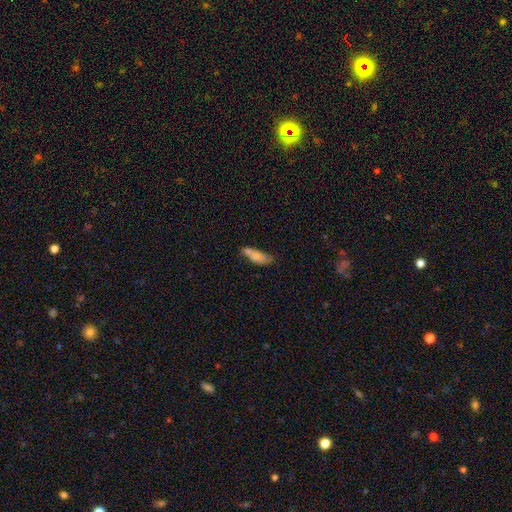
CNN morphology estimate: A smooth galaxy with no disk features (73%) that is in between round and cigar-shaped (66%).

Vote fractions:
- Smooth or featured? smooth: 73% / featured or disk: 18% / star or artifact: 9%
- How rounded? in between: 66% / cigar-shaped: 31% / round: 3%
- Merging? none: 40% / minor disturbance: 26% / merger: 23% / major disturbance: 11%